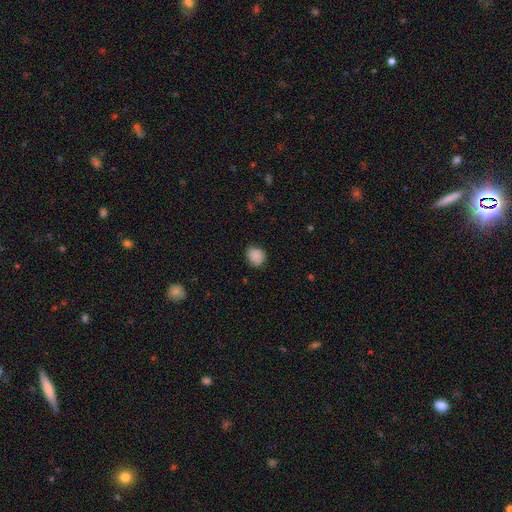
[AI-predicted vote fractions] Q: Smooth or featured?
A: smooth (88%); runner-up: star or artifact (8%)
Q: How rounded?
A: round (57%); runner-up: in between (42%)
Q: Merging?
A: none (77%); runner-up: minor disturbance (18%)